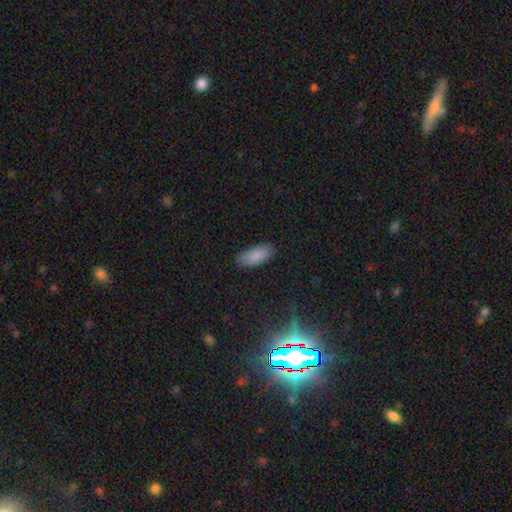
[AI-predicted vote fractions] A smooth galaxy with no disk features (88%) that is in between round and cigar-shaped (86%). Merging: none (87%).